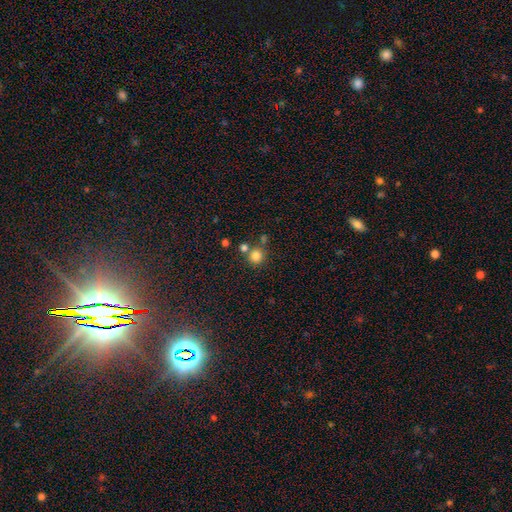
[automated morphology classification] smooth-or-featured: smooth: 81% | star or artifact: 13% | featured or disk: 6%
  how-rounded: round: 93% | in between: 6% | cigar-shaped: 1%
  merging: none: 70% | merger: 19% | minor disturbance: 8% | major disturbance: 3%